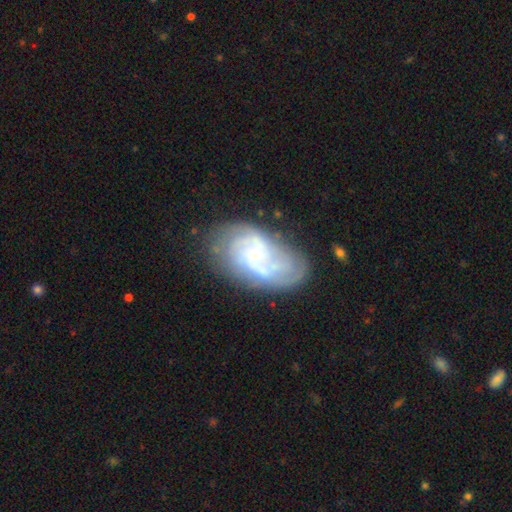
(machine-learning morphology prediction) type=featured or disk (78%); edge-on=no (96%); bar=no (67%); spiral arms=yes (89%); winding=tight (45%); arm count=2 (36%); bulge=small (72%); merging=none (63%).